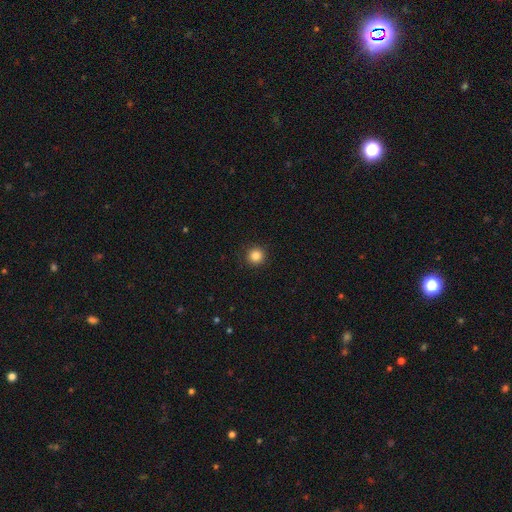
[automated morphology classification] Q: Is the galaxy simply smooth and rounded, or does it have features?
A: smooth — 85%.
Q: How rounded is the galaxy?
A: round — 96%.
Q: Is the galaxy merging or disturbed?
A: none — 92%.